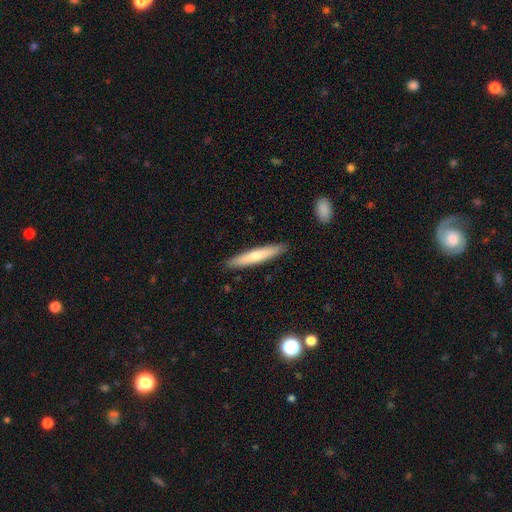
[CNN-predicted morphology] Q: Smooth or featured?
A: smooth (62%); runner-up: featured or disk (33%)
Q: How rounded?
A: cigar-shaped (92%); runner-up: in between (7%)
Q: Merging?
A: none (90%); runner-up: minor disturbance (7%)